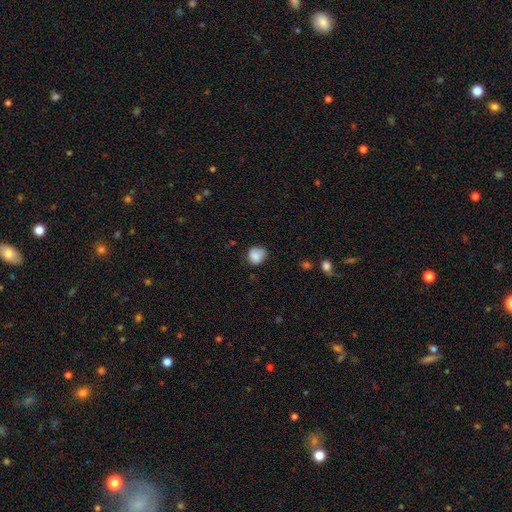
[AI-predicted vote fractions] Smooth or featured: smooth — 86% (star or artifact — 8%)
How rounded: round — 77% (in between — 22%)
Merging: none — 70% (minor disturbance — 24%)